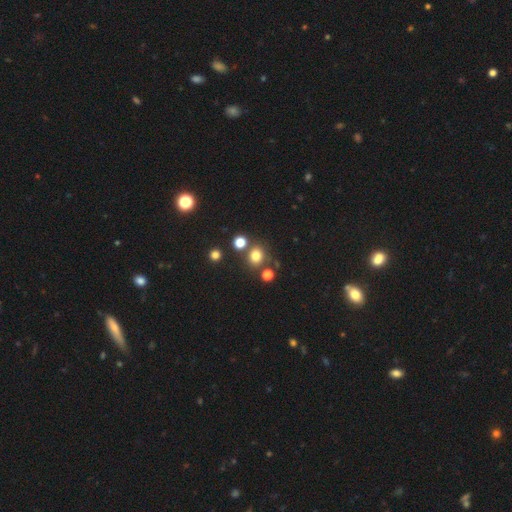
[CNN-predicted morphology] Smooth or featured: smooth — 77% (star or artifact — 16%)
How rounded: round — 78% (in between — 22%)
Merging: none — 75% (merger — 12%)